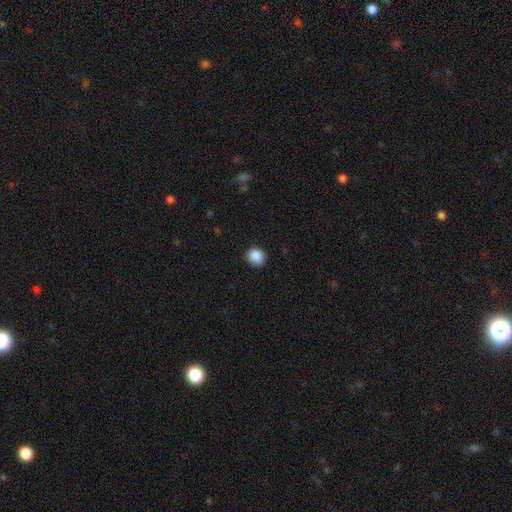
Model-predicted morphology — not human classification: Smooth or featured: smooth — 88% (star or artifact — 9%)
How rounded: round — 72% (in between — 27%)
Merging: none — 78% (minor disturbance — 18%)